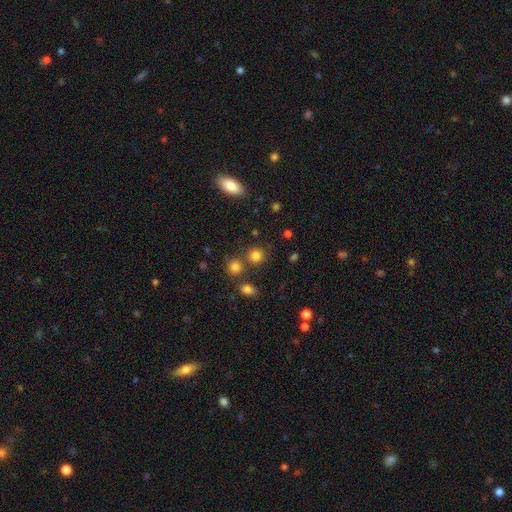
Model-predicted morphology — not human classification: smooth_or_featured: smooth (p=0.80) [alt: star or artifact p=0.14]
how_rounded: round (p=0.88) [alt: in between p=0.11]
merging: none (p=0.77) [alt: merger p=0.11]